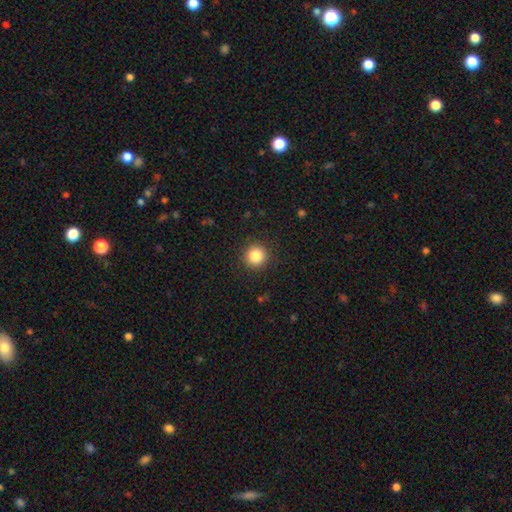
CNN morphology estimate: Smooth or featured? Predicted: smooth (p=0.85). How rounded? Predicted: round (p=0.94). Merging? Predicted: none (p=0.91).